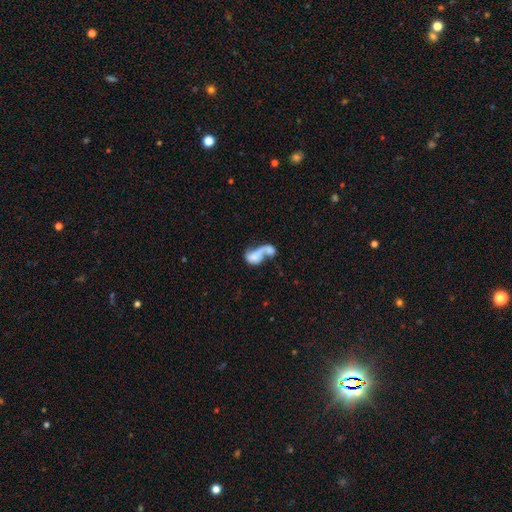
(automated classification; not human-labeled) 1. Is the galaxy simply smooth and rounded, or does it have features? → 53% smooth, 38% featured or disk, 9% star or artifact.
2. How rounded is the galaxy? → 79% in between, 15% round, 6% cigar-shaped.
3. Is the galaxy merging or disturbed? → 65% merger, 17% major disturbance, 12% none, 6% minor disturbance.